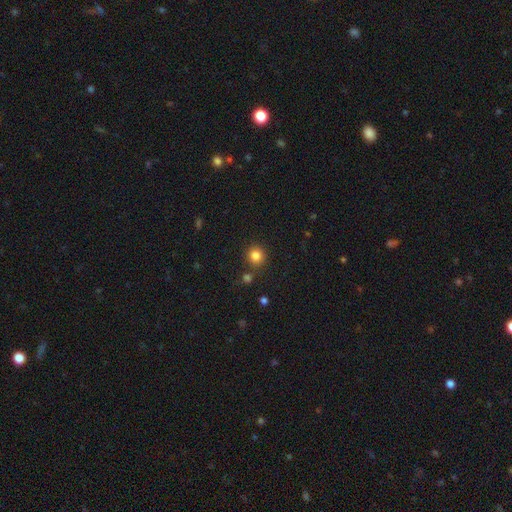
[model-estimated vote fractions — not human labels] Smooth or featured? smooth (83%)
How rounded? round (89%)
Merging? none (82%)